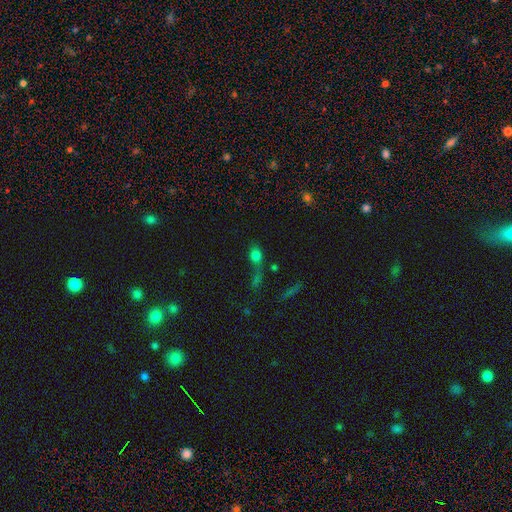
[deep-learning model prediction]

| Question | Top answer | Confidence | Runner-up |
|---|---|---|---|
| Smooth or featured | smooth | 68% | star or artifact (20%) |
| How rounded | in between | 47% | tied: round (47%) |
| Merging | merger | 38% | none (33%) |